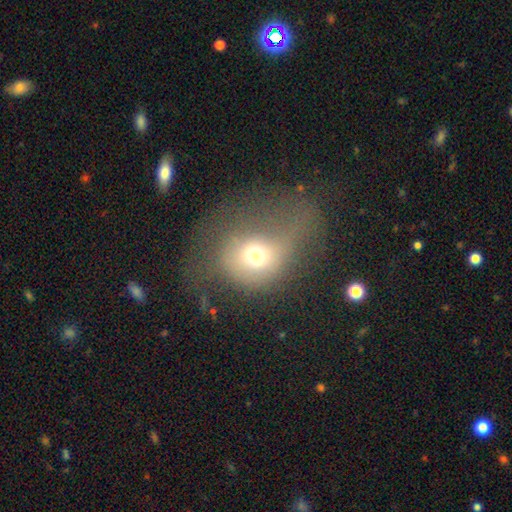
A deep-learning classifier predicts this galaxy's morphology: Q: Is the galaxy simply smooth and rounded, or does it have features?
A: smooth — 61%.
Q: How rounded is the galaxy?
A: round — 72%.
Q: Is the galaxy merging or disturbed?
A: major disturbance — 48%.